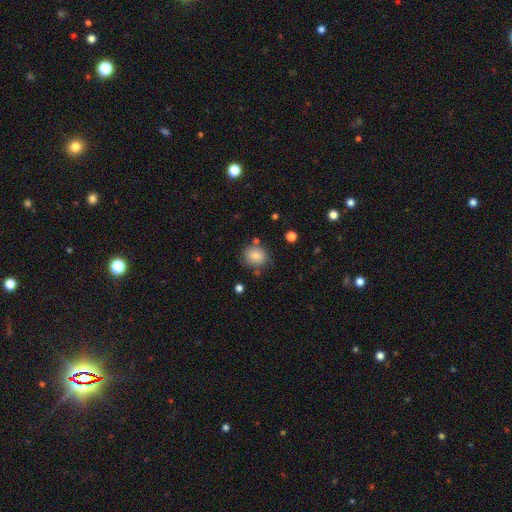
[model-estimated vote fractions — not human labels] A smooth galaxy with no disk features (82%) that is round (77%).

Vote fractions:
- Smooth or featured? smooth: 82% / star or artifact: 10% / featured or disk: 8%
- How rounded? round: 77% / in between: 22% / cigar-shaped: 1%
- Merging? none: 73% / minor disturbance: 16% / merger: 6% / major disturbance: 5%